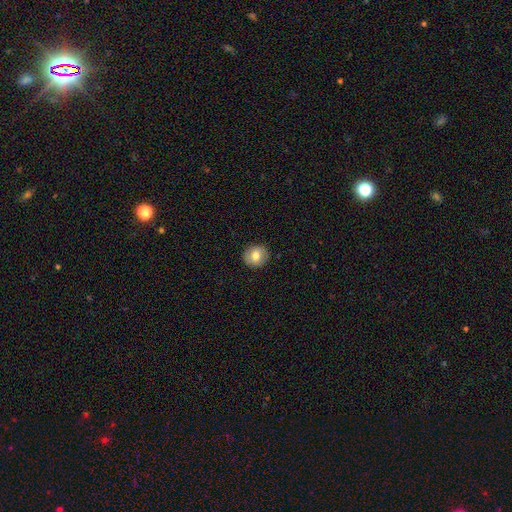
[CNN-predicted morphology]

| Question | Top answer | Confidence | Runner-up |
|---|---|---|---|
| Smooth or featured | smooth | 72% | featured or disk (20%) |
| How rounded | round | 85% | in between (14%) |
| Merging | none | 90% | minor disturbance (8%) |